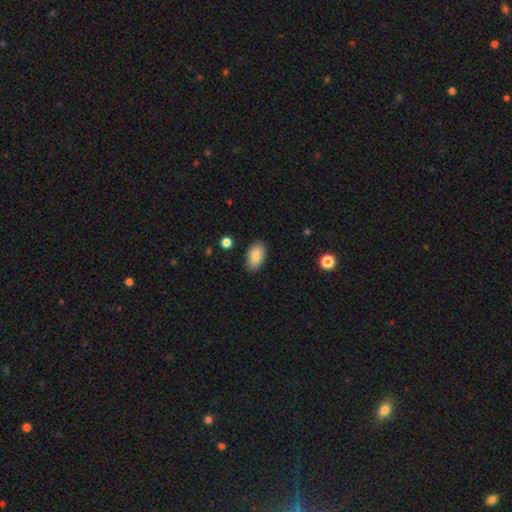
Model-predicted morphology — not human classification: A smooth galaxy with no disk features (84%) that is in between round and cigar-shaped (93%).

Vote fractions:
- Smooth or featured? smooth: 84% / featured or disk: 9% / star or artifact: 7%
- How rounded? in between: 93% / round: 5% / cigar-shaped: 2%
- Merging? none: 86% / minor disturbance: 10% / major disturbance: 2% / merger: 1%